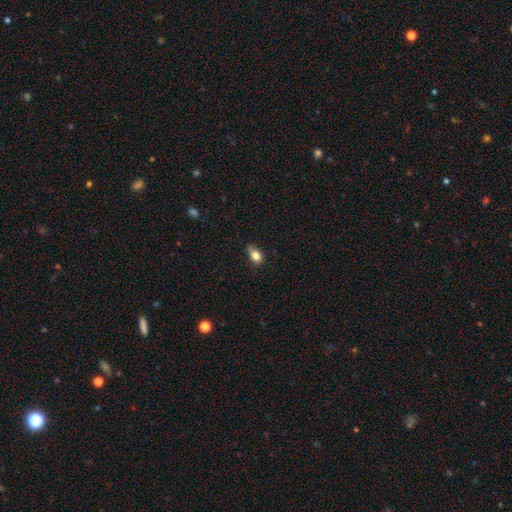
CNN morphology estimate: A smooth galaxy with no disk features (80%) that is in between round and cigar-shaped (72%).

Vote fractions:
- Smooth or featured? smooth: 80% / star or artifact: 10% / featured or disk: 10%
- How rounded? in between: 72% / round: 25% / cigar-shaped: 3%
- Merging? none: 51% / minor disturbance: 38% / major disturbance: 9% / merger: 3%